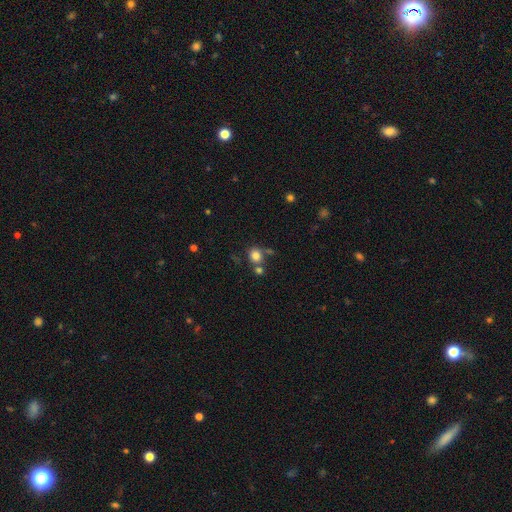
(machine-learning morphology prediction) Q: Smooth or featured?
A: smooth (80%); runner-up: star or artifact (13%)
Q: How rounded?
A: round (75%); runner-up: in between (24%)
Q: Merging?
A: none (63%); runner-up: merger (20%)